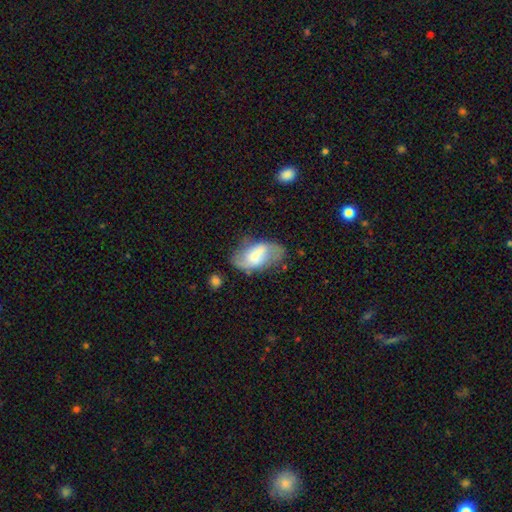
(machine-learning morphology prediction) Smooth or featured? Predicted: featured or disk (p=0.56). Edge-on disk? Predicted: no (p=0.94). Bar? Predicted: weak (p=0.49). Spiral arms? Predicted: yes (p=0.75). Bulge size? Predicted: moderate (p=0.45). Merging? Predicted: none (p=0.56).